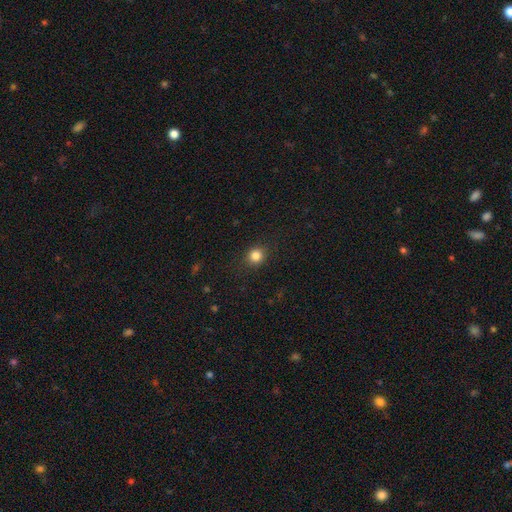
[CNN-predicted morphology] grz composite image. It shows a smooth galaxy with no disk features (83%) that is round (84%). Merging: none (89%).